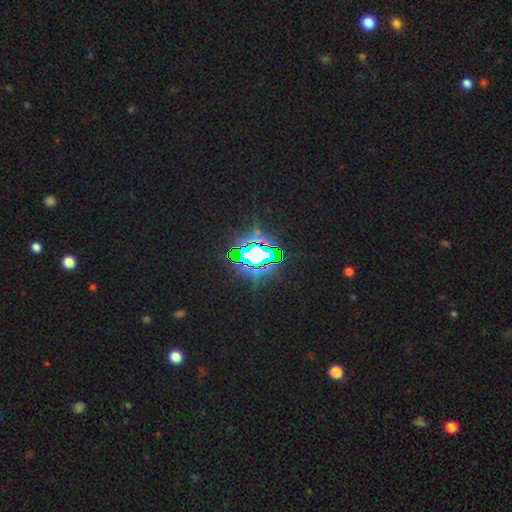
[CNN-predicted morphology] Smooth or featured? star or artifact (77%)